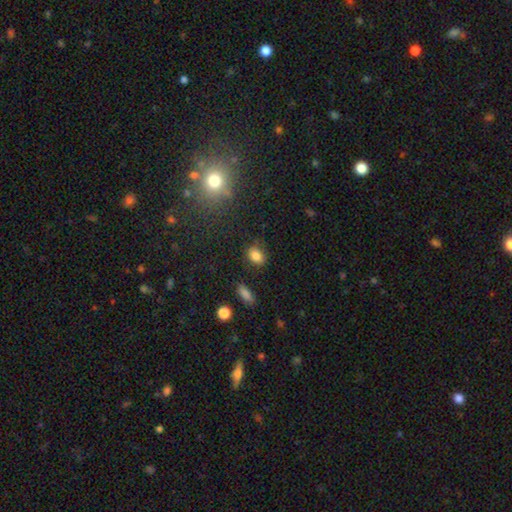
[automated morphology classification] This appears to be a smooth galaxy with no disk features (83%) that is in between round and cigar-shaped (73%). Merging: none (78%).